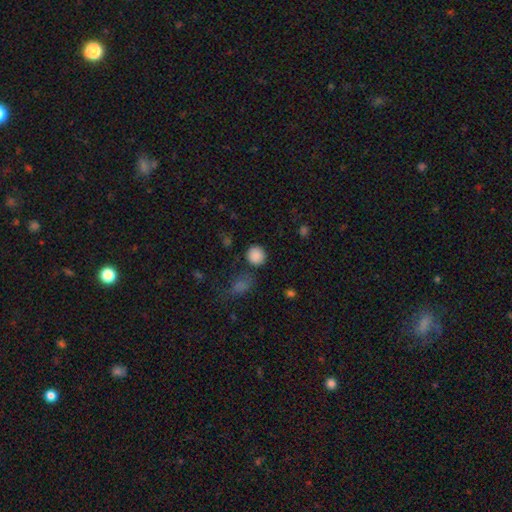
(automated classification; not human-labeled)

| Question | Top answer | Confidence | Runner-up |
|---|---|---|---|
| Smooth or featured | smooth | 85% | star or artifact (11%) |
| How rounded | round | 89% | in between (10%) |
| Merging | none | 83% | minor disturbance (10%) |